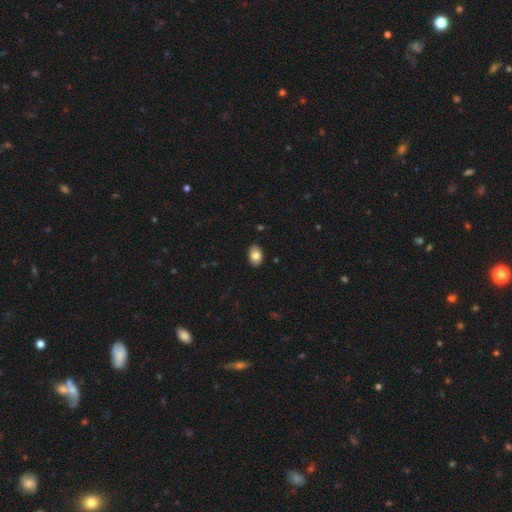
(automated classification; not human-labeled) The model was most divided on "smooth or featured": smooth: 81%, featured or disk: 12%, star or artifact: 7%. More confident: merging — none (89%); how rounded — in between (85%).